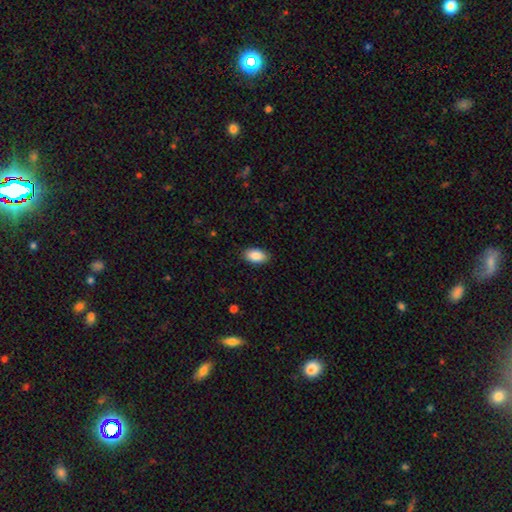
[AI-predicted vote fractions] This is clearly a smooth galaxy (88%). How rounded: clearly in between (93%). Merging: clearly none (88%).